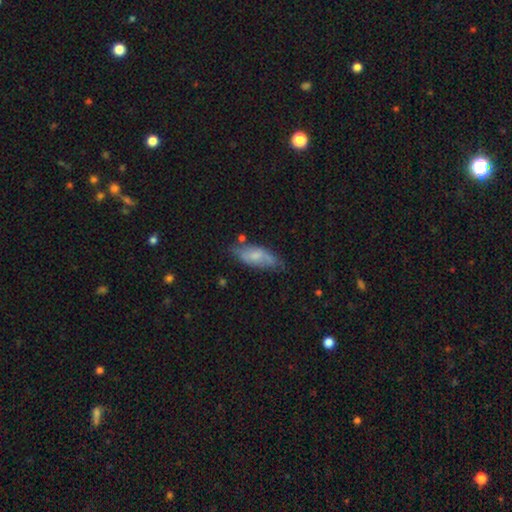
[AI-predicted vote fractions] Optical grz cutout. It shows a smooth galaxy with no disk features (60%) that is in between round and cigar-shaped (74%). Merging: none (63%).